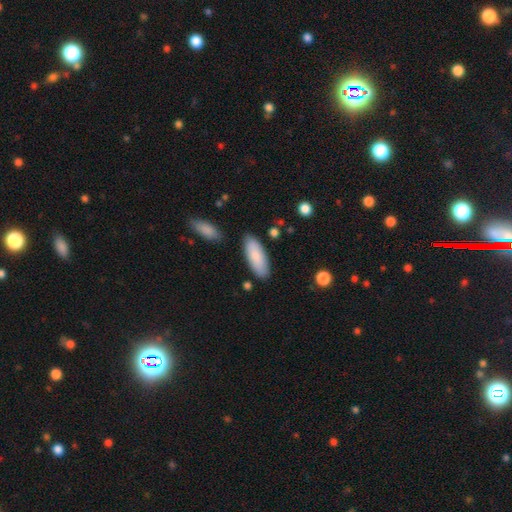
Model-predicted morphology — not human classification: smooth_or_featured: smooth (p=0.85) [alt: featured or disk p=0.09]
how_rounded: in between (p=0.76) [alt: cigar-shaped p=0.23]
merging: none (p=0.83) [alt: minor disturbance p=0.11]